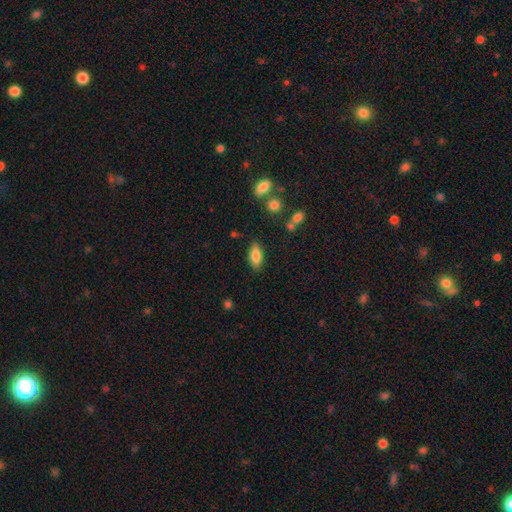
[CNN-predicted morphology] Smooth or featured: smooth — 76% (featured or disk — 16%)
How rounded: in between — 79% (cigar-shaped — 19%)
Merging: none — 83% (minor disturbance — 12%)